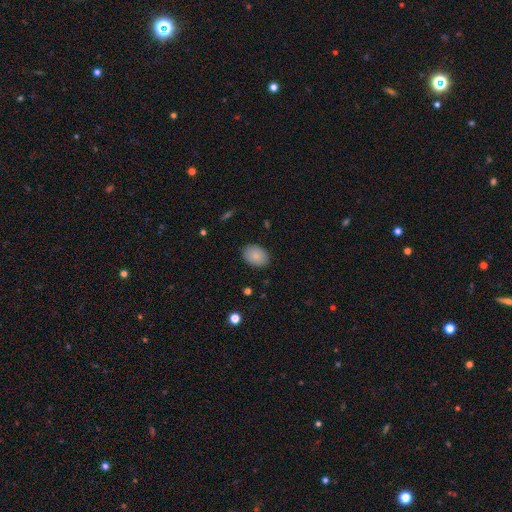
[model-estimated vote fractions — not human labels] smooth-or-featured: smooth: 87% | star or artifact: 7% | featured or disk: 6%
  how-rounded: in between: 76% | round: 23% | cigar-shaped: 1%
  merging: none: 88% | minor disturbance: 9% | major disturbance: 2% | merger: 1%